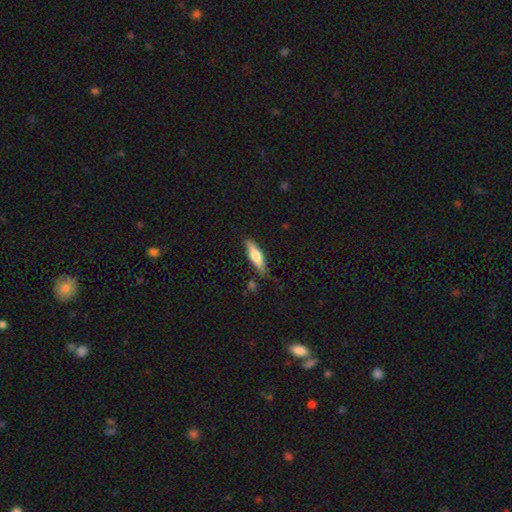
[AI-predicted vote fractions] Smooth or featured? Predicted: smooth (p=0.62). How rounded? Predicted: cigar-shaped (p=0.65). Merging? Predicted: none (p=0.80).